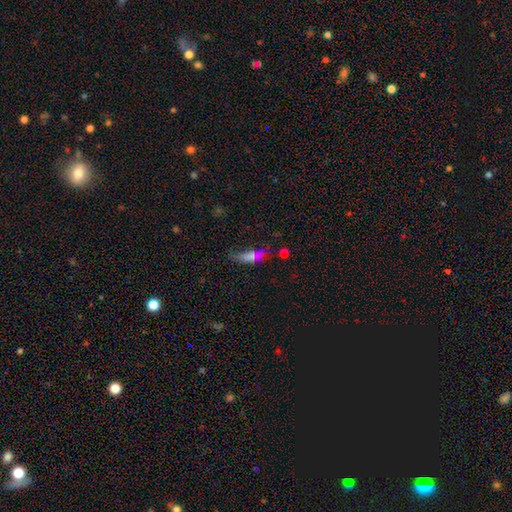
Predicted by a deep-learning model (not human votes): A smooth galaxy with no disk features (56%) that is in between round and cigar-shaped (48%).

Vote fractions:
- Smooth or featured? smooth: 56% / featured or disk: 25% / star or artifact: 19%
- How rounded? in between: 48% / cigar-shaped: 46% / round: 5%
- Merging? none: 49% / minor disturbance: 25% / major disturbance: 16% / merger: 10%